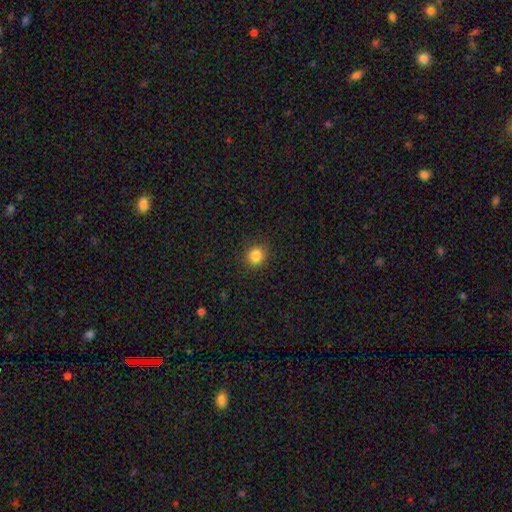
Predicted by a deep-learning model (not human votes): Overall: smooth (84%). How rounded: round (86%). Merging: none (89%).